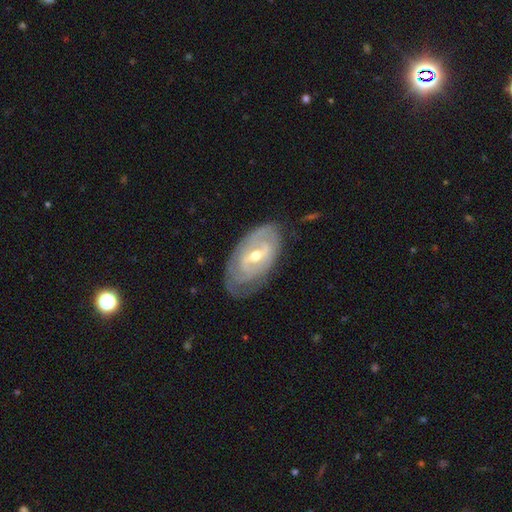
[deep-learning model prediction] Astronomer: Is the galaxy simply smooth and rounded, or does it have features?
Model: featured or disk — 79%.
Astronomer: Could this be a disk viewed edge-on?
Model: no — 93%.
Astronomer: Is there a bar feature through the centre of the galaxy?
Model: weak — 48% (runner-up: strong, 28%).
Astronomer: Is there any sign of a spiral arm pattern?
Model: yes — 77%.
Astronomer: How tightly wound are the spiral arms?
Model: tight — 67%.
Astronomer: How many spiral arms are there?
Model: can't tell — 45% (runner-up: 2, 38%).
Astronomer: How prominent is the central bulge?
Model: moderate — 64%.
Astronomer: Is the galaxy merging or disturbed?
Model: none — 69%.